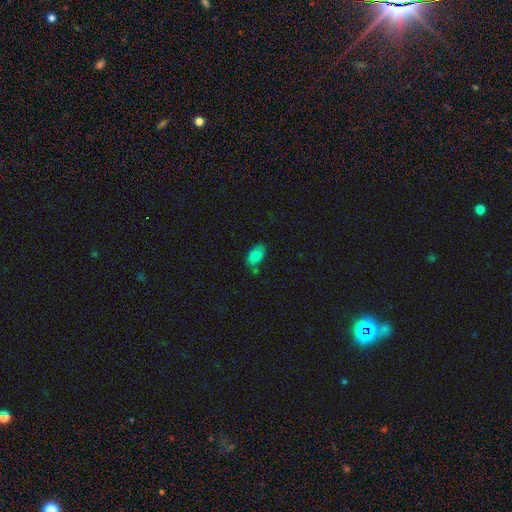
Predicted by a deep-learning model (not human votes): A smooth galaxy with no disk features (83%) that is in between round and cigar-shaped (92%).

Vote fractions:
- Smooth or featured? smooth: 83% / star or artifact: 9% / featured or disk: 8%
- How rounded? in between: 92% / round: 6% / cigar-shaped: 2%
- Merging? none: 64% / minor disturbance: 23% / merger: 7% / major disturbance: 5%